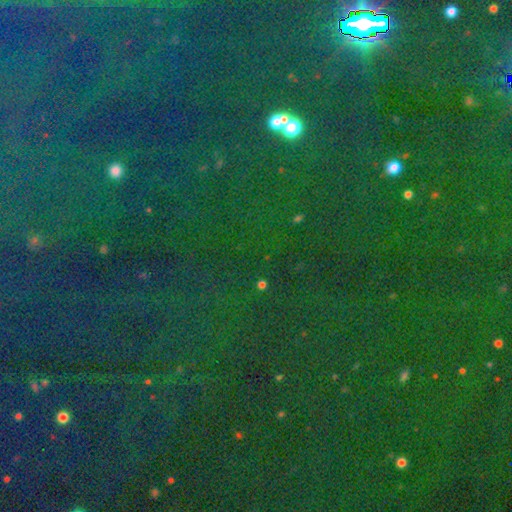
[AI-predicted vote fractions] Smooth or featured?
  - star or artifact: 82% *
  - smooth: 11%
  - featured or disk: 7%